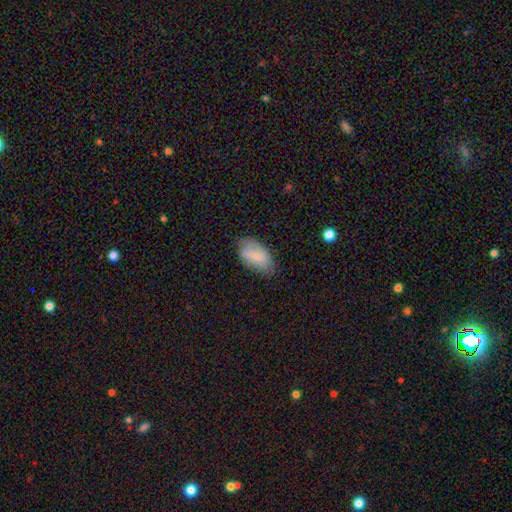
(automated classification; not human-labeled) Q: Smooth or featured?
A: smooth (74%); runner-up: featured or disk (19%)
Q: How rounded?
A: in between (94%); runner-up: round (3%)
Q: Merging?
A: none (69%); runner-up: minor disturbance (24%)